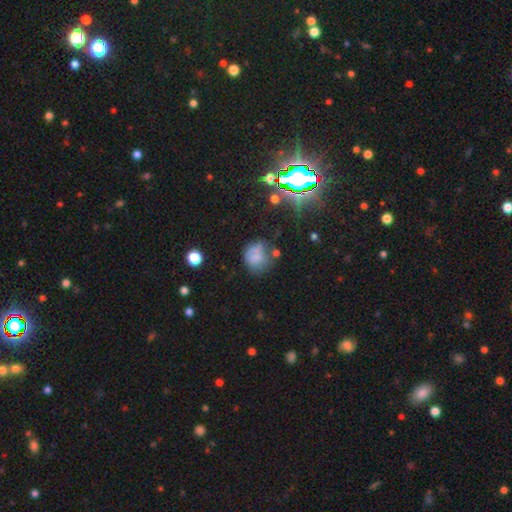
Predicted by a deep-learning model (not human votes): Smooth or featured: smooth — 61% (featured or disk — 22%)
How rounded: round — 68% (in between — 31%)
Merging: none — 43% (minor disturbance — 28%)